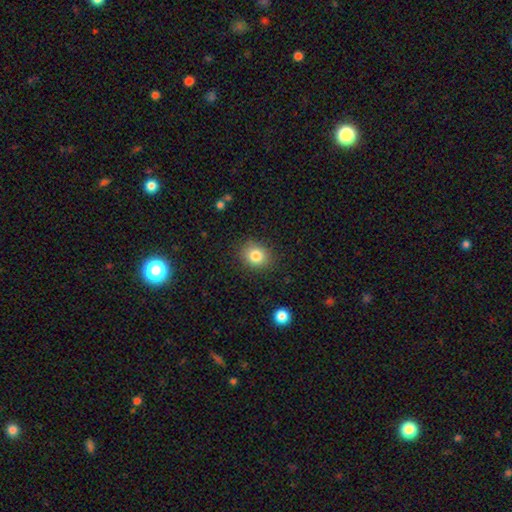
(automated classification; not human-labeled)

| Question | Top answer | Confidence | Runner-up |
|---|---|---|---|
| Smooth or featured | smooth | 82% | star or artifact (11%) |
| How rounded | round | 72% | in between (27%) |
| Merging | none | 86% | minor disturbance (10%) |